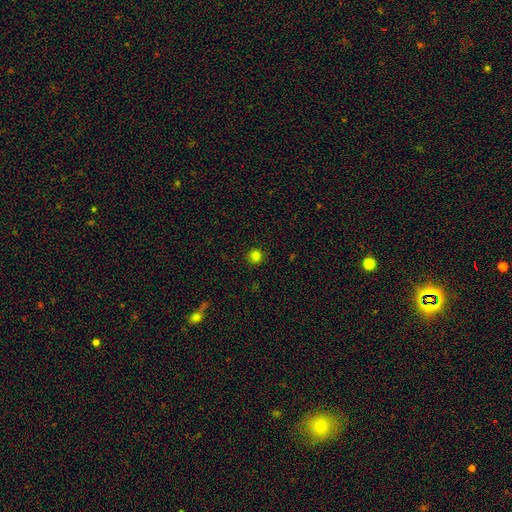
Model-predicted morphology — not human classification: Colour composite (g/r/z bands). It shows a smooth galaxy with no disk features (81%) that is round (92%). Merging: none (90%).